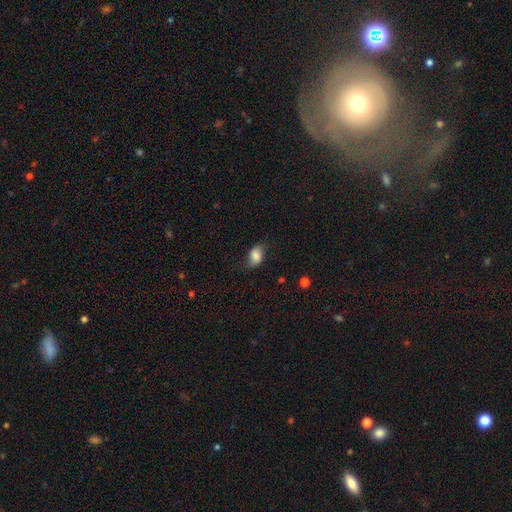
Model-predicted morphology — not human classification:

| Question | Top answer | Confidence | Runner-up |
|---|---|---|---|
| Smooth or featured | smooth | 75% | featured or disk (16%) |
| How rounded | in between | 85% | round (13%) |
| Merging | none | 67% | minor disturbance (24%) |